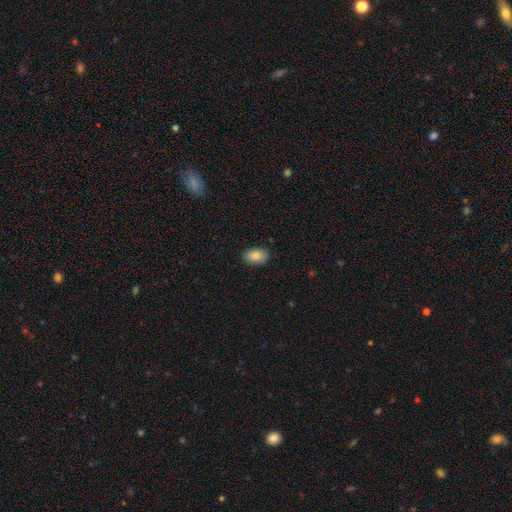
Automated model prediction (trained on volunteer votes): Smooth or featured? smooth (87%)
How rounded? in between (90%)
Merging? none (88%)